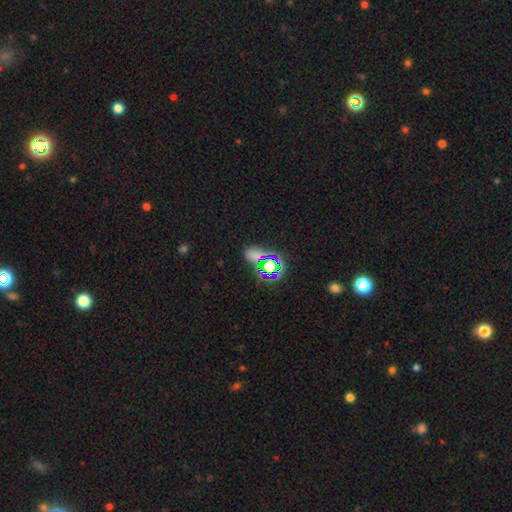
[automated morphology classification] type=star or artifact (51%).